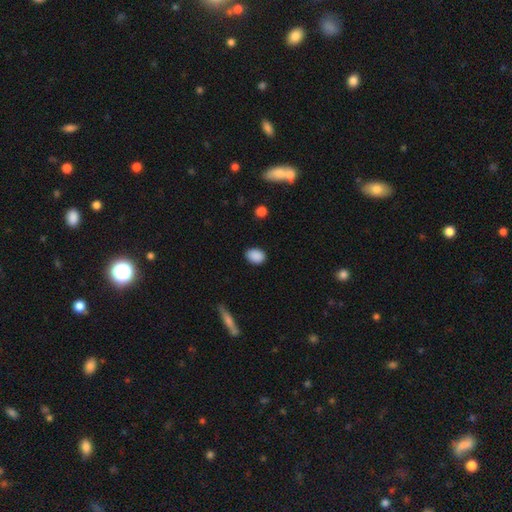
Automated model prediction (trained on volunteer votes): The model was most divided on "how rounded": in between: 73%, round: 26%, cigar-shaped: 1%. More confident: smooth or featured — smooth (89%); merging — none (87%).